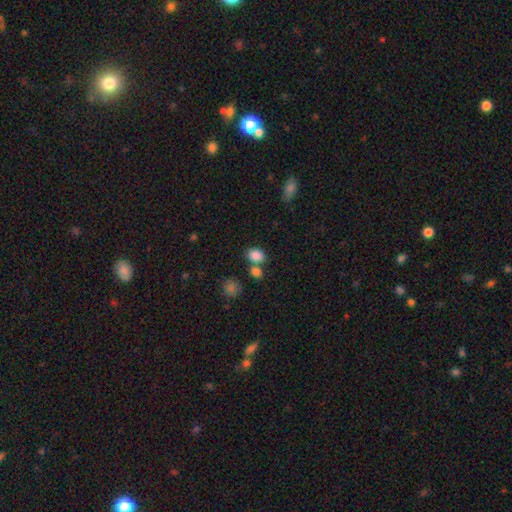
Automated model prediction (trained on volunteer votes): A smooth galaxy with no disk features (84%) that is in between round and cigar-shaped (61%). Merging: none (57%).